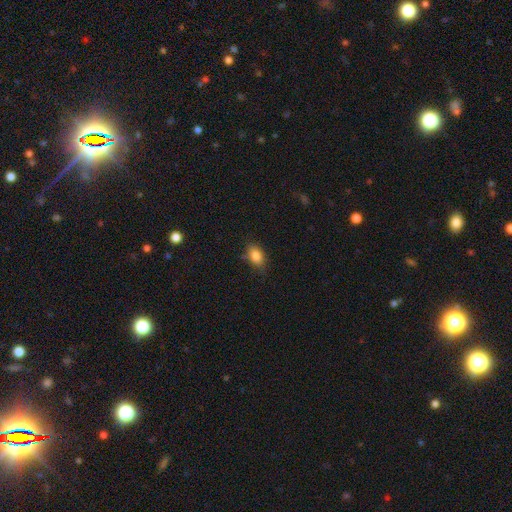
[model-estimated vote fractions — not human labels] Smooth or featured?
  - smooth: 85% *
  - star or artifact: 9%
  - featured or disk: 6%
How rounded?
  - in between: 84% *
  - round: 14%
  - cigar-shaped: 2%
Merging?
  - none: 76% *
  - minor disturbance: 18%
  - major disturbance: 4%
  - merger: 2%